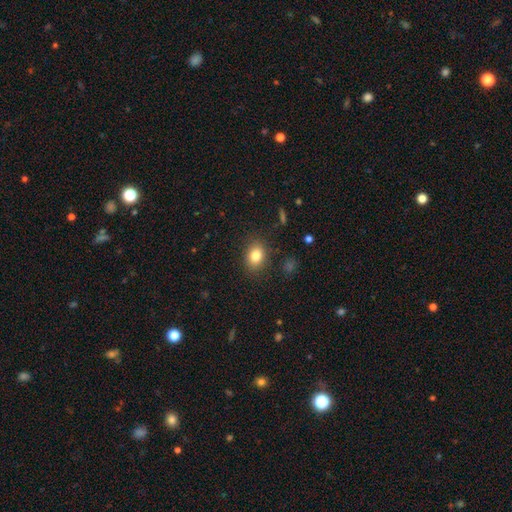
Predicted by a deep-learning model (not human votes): Smooth or featured? Predicted: smooth (p=0.82). How rounded? Predicted: in between (p=0.63). Merging? Predicted: none (p=0.84).